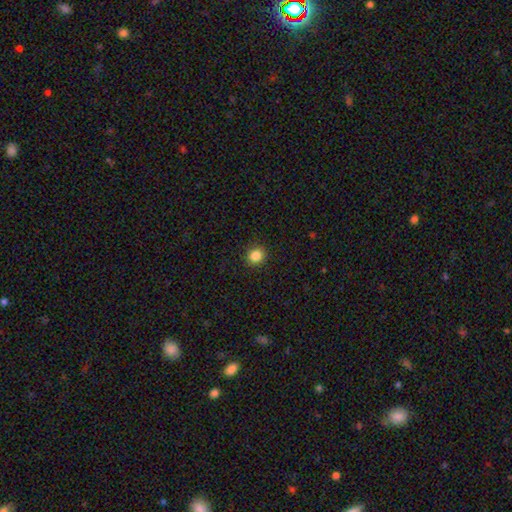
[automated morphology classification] Overall: smooth (85%). How rounded: round (82%). Merging: none (91%).